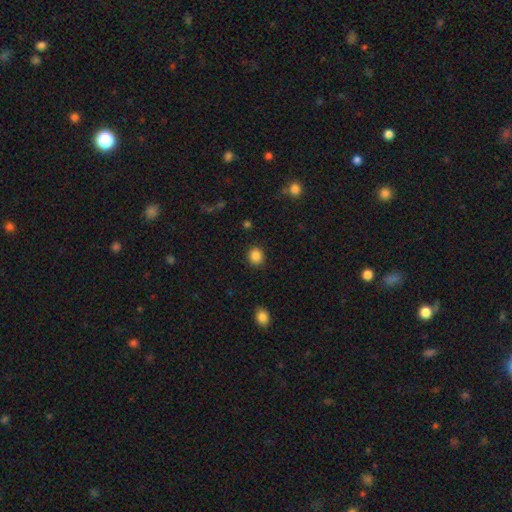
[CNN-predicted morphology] Q: Smooth or featured?
A: smooth (86%); runner-up: star or artifact (10%)
Q: How rounded?
A: round (81%); runner-up: in between (18%)
Q: Merging?
A: none (89%); runner-up: minor disturbance (7%)